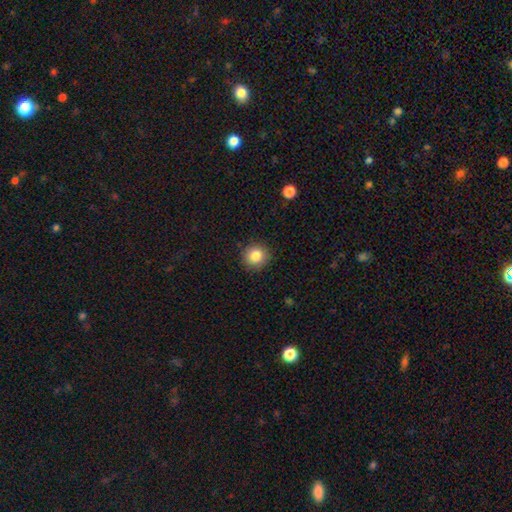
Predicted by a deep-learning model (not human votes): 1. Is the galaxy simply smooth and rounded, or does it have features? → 83% smooth, 10% star or artifact, 6% featured or disk.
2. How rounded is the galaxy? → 92% round, 7% in between, 1% cigar-shaped.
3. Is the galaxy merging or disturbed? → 90% none, 7% minor disturbance, 2% major disturbance, 1% merger.